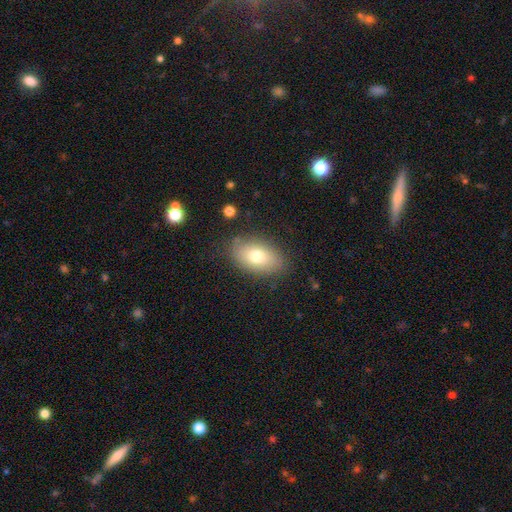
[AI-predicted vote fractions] Morphology: type=smooth (75%); roundness=in between (90%); merging=none (80%).